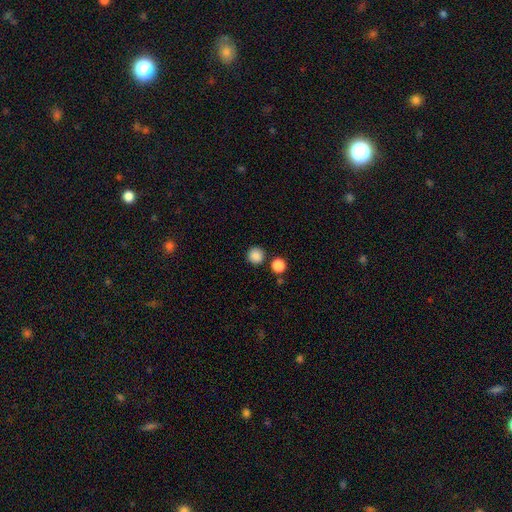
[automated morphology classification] Smooth or featured: smooth — 86% (star or artifact — 11%)
How rounded: round — 94% (in between — 5%)
Merging: none — 84% (minor disturbance — 7%)